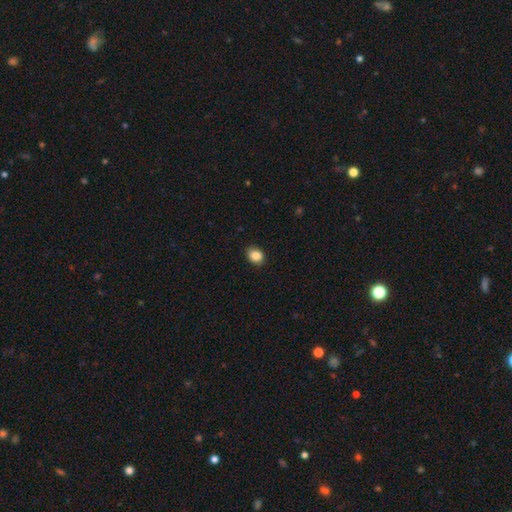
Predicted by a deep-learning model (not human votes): Morphology: type=smooth (86%); roundness=in between (55%); merging=none (87%).